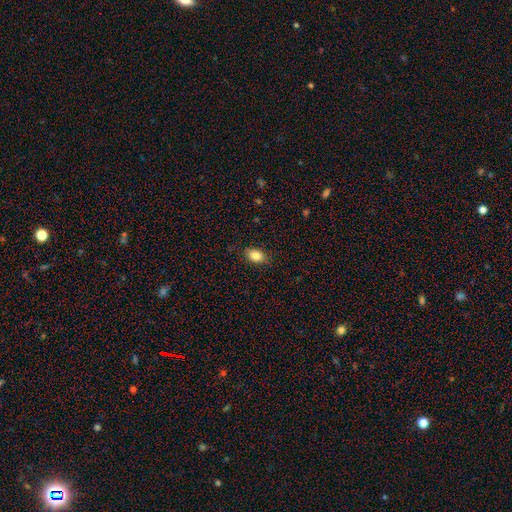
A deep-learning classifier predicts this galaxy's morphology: A smooth galaxy with no disk features (85%) that is in between round and cigar-shaped (86%).

Vote fractions:
- Smooth or featured? smooth: 85% / star or artifact: 8% / featured or disk: 7%
- How rounded? in between: 86% / round: 12% / cigar-shaped: 2%
- Merging? none: 86% / minor disturbance: 11% / major disturbance: 3% / merger: 1%